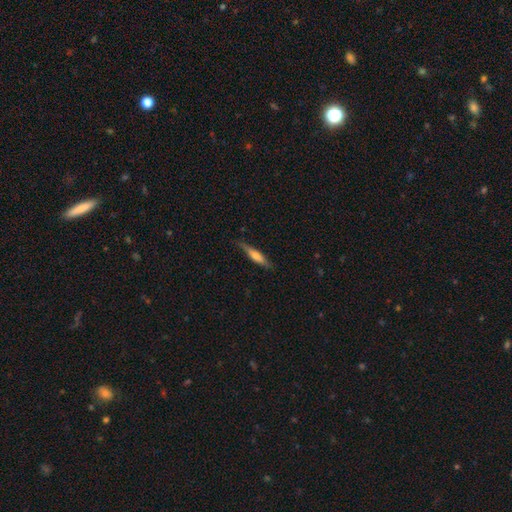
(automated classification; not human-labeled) Q: Smooth or featured?
A: smooth (52%); runner-up: featured or disk (42%)
Q: How rounded?
A: cigar-shaped (85%); runner-up: in between (14%)
Q: Merging?
A: none (79%); runner-up: minor disturbance (16%)